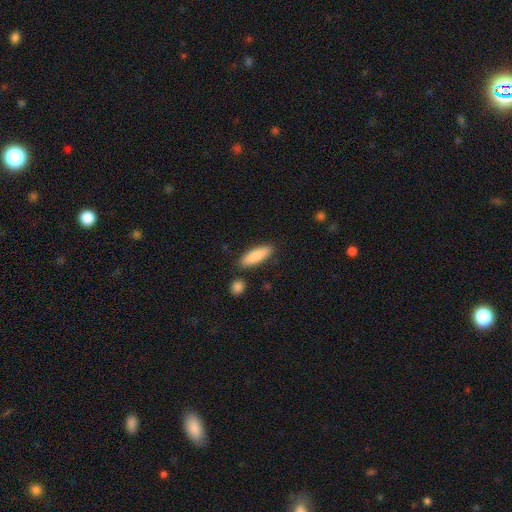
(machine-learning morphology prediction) This appears to be a smooth galaxy with no disk features (86%) that is in between round and cigar-shaped (55%). Merging: none (83%).